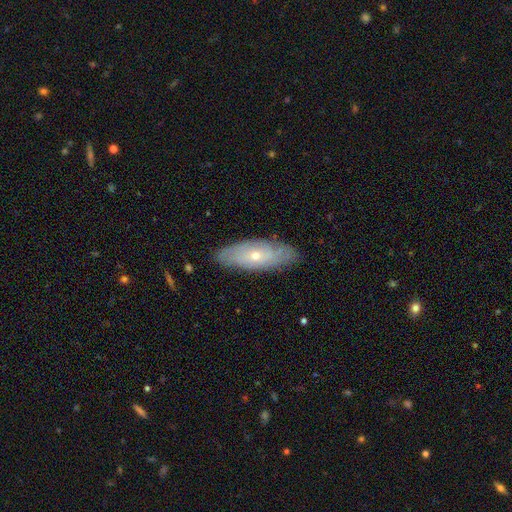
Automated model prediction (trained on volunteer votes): This appears to be a featured or disk galaxy (63%) with no bar (81%), spiral arms (73%) and a small central bulge (66%). Merging: none (81%).